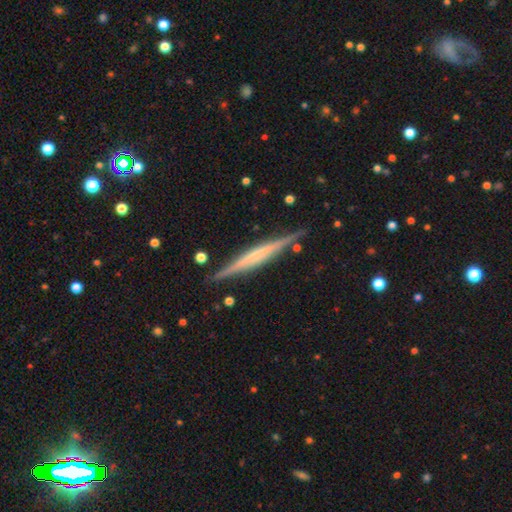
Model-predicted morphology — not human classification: Smooth or featured: featured or disk — 69% (smooth — 25%)
Edge-on disk: yes — 98% (no — 2%)
Edge-on bulge: none — 56% (rounded — 22%)
Merging: none — 88% (minor disturbance — 9%)